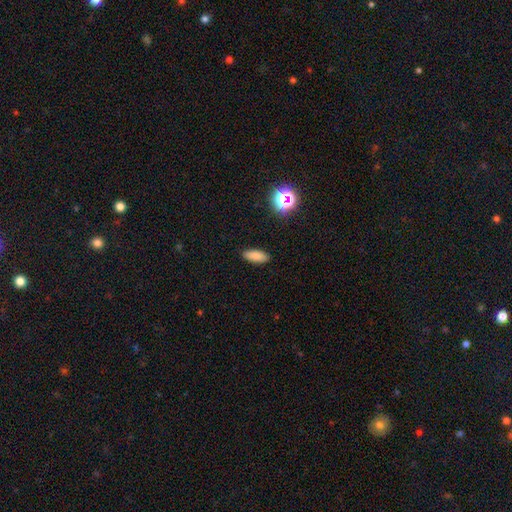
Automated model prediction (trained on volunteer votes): A smooth galaxy with no disk features (84%) that is in between round and cigar-shaped (76%). Merging: none (89%).